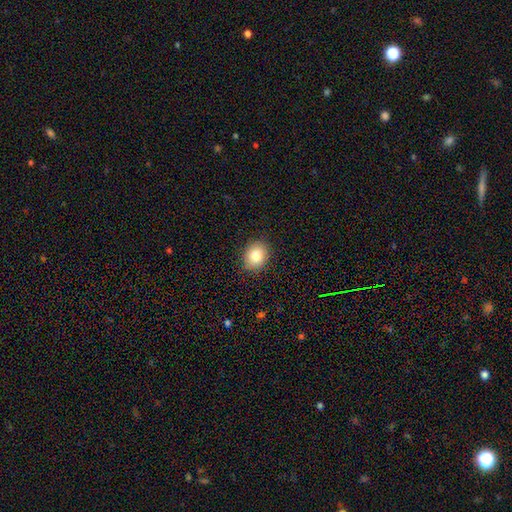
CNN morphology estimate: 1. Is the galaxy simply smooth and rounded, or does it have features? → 83% smooth, 9% star or artifact, 8% featured or disk.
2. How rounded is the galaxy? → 53% round, 46% in between, 1% cigar-shaped.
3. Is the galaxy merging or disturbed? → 87% none, 10% minor disturbance, 2% major disturbance, 1% merger.